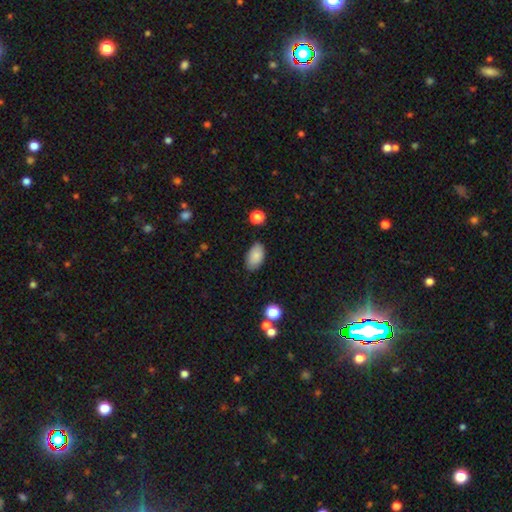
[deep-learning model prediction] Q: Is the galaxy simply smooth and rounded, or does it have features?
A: smooth — 86%.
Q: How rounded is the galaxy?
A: in between — 94%.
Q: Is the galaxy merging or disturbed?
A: none — 84%.